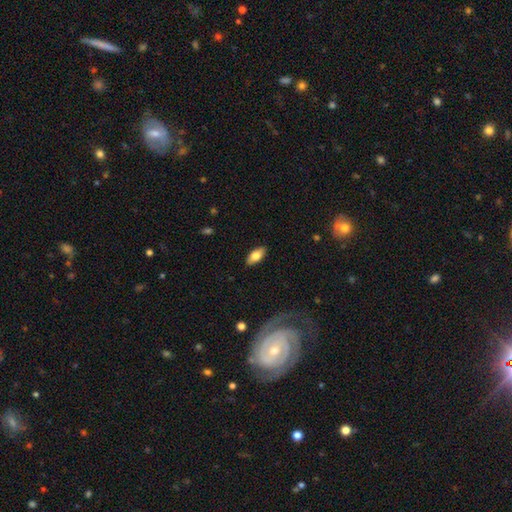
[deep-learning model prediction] Q: Smooth or featured?
A: smooth (73%); runner-up: featured or disk (21%)
Q: How rounded?
A: in between (87%); runner-up: cigar-shaped (10%)
Q: Merging?
A: none (89%); runner-up: minor disturbance (8%)